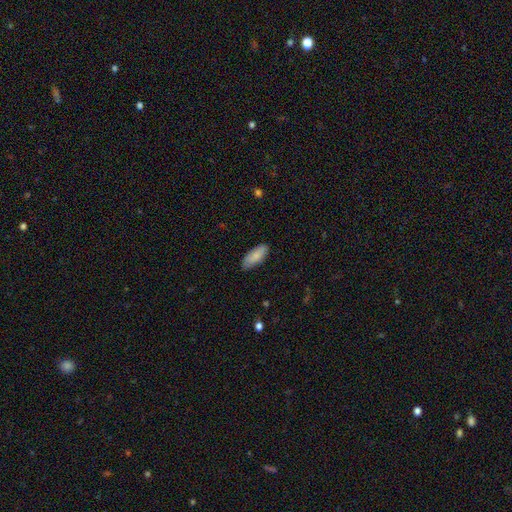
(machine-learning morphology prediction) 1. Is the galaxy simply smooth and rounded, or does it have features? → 86% smooth, 9% featured or disk, 6% star or artifact.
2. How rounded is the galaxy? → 77% in between, 21% cigar-shaped, 2% round.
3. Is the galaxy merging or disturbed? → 83% none, 14% minor disturbance, 2% major disturbance, 1% merger.